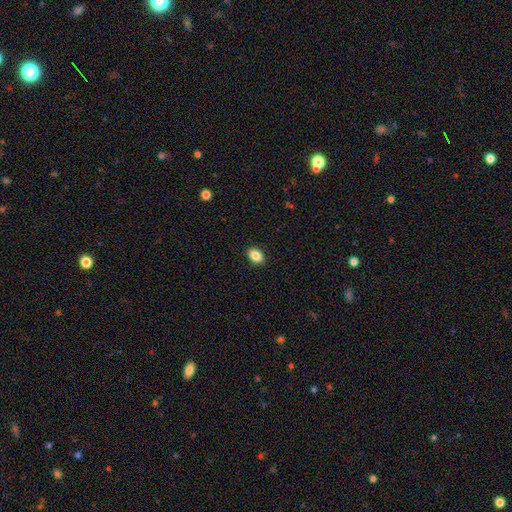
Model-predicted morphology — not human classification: This is clearly a smooth galaxy (87%). How rounded: clearly in between (86%). Merging: clearly none (90%).